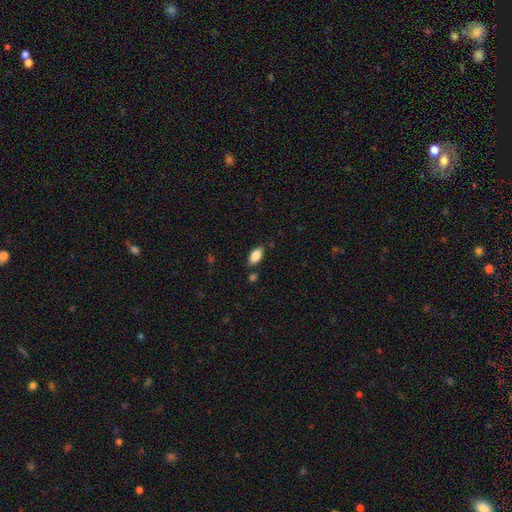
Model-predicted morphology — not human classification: smooth 87%, star or artifact 7%, featured or disk 6%. Down the decision tree: how rounded — in between (92%); merging — none (82%).